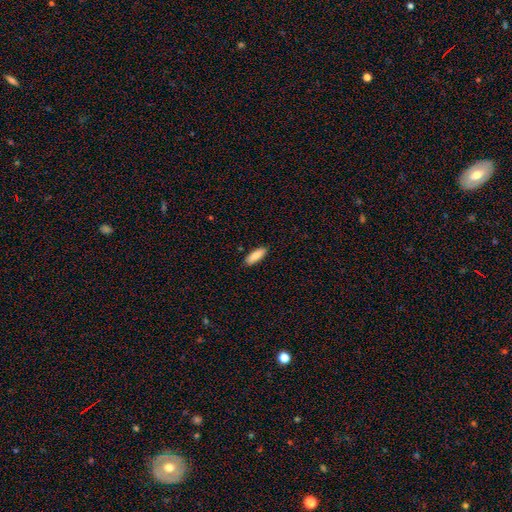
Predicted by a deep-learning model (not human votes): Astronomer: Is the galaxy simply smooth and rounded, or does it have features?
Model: smooth — 87%.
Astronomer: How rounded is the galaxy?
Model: in between — 60% (runner-up: cigar-shaped, 39%).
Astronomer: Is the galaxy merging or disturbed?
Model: none — 89%.